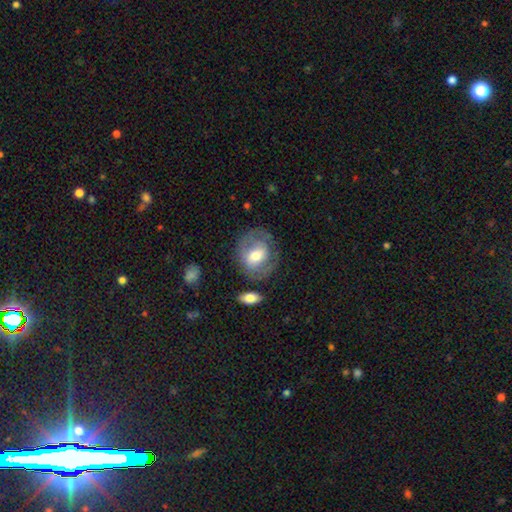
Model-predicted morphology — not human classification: type=featured or disk (48%); merging=none (65%).